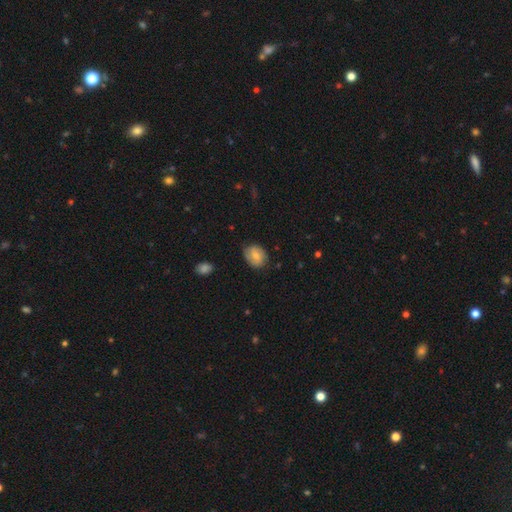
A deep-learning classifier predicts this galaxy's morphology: Smooth or featured: smooth — 69% (featured or disk — 24%)
How rounded: in between — 56% (round — 43%)
Merging: none — 74% (minor disturbance — 20%)